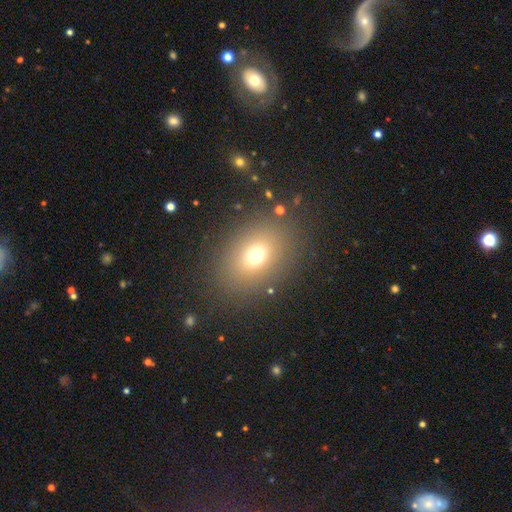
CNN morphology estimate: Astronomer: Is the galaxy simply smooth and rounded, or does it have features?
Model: smooth — 69%.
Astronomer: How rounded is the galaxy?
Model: in between — 58% (runner-up: round, 41%).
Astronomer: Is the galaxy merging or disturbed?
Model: none — 83%.